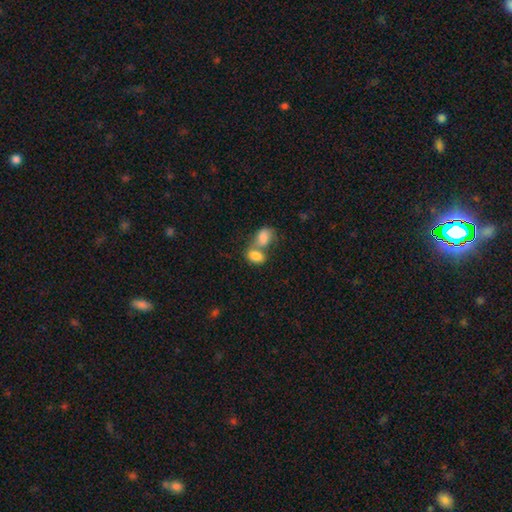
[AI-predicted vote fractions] Q: Smooth or featured?
A: smooth (83%); runner-up: featured or disk (9%)
Q: How rounded?
A: in between (83%); runner-up: round (15%)
Q: Merging?
A: merger (64%); runner-up: none (25%)